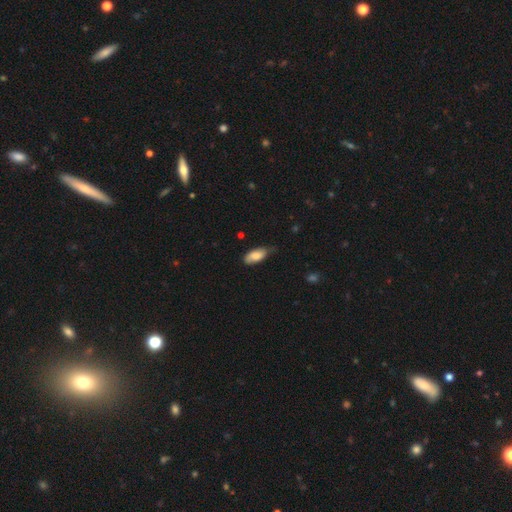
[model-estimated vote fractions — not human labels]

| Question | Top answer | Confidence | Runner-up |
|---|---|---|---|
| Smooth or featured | smooth | 81% | featured or disk (13%) |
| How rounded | in between | 90% | cigar-shaped (8%) |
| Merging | none | 60% | minor disturbance (33%) |